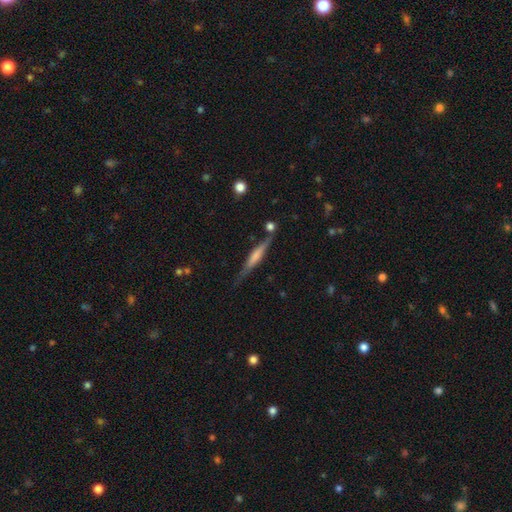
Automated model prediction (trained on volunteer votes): Smooth or featured: featured or disk — 53% (smooth — 41%)
Edge-on disk: yes — 94% (no — 6%)
Edge-on bulge: rounded — 35% (boxy — 34%)
Merging: none — 73% (minor disturbance — 17%)